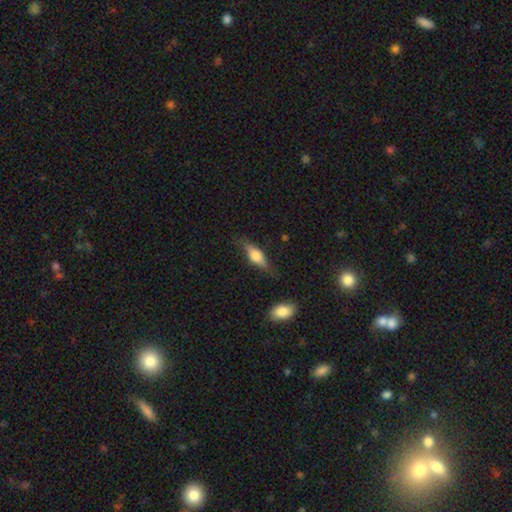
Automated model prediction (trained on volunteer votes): A smooth galaxy with no disk features (51%) that is in between round and cigar-shaped (53%). Merging: none (74%).